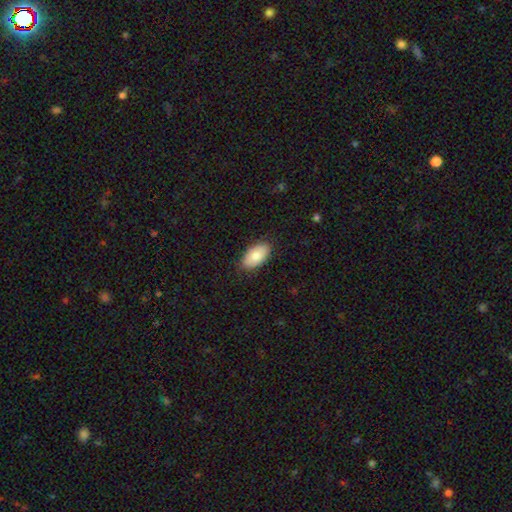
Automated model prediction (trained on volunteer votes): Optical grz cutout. It shows a smooth galaxy with no disk features (82%) that is in between round and cigar-shaped (95%). Merging: none (85%).